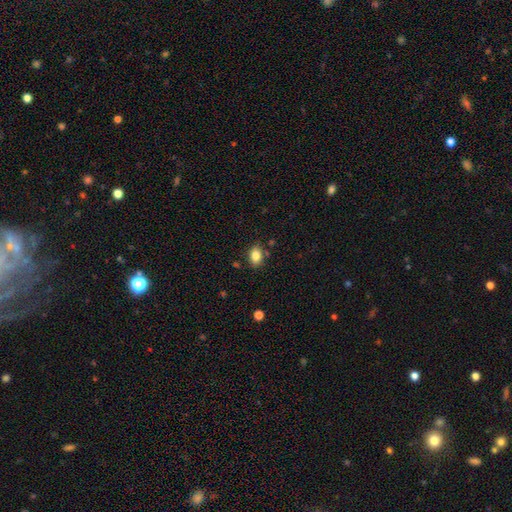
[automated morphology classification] smooth 84%, star or artifact 9%, featured or disk 7%. Down the decision tree: how rounded — in between (79%); merging — none (82%).